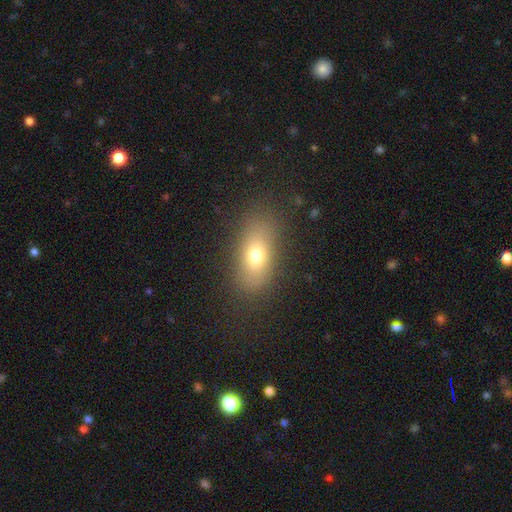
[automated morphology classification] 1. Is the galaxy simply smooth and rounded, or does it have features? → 70% smooth, 18% featured or disk, 12% star or artifact.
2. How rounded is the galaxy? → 81% in between, 11% round, 9% cigar-shaped.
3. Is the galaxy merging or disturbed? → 80% none, 13% minor disturbance, 6% major disturbance, 1% merger.